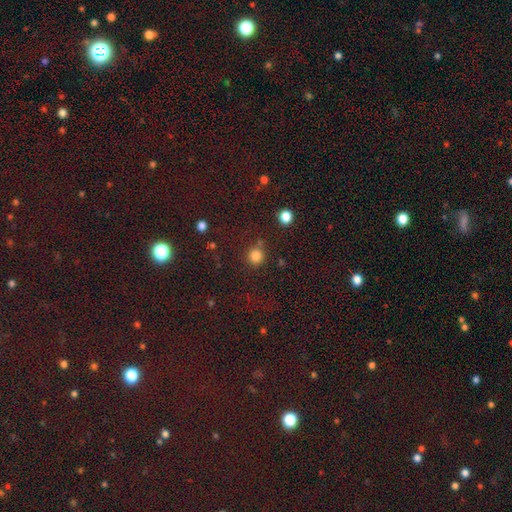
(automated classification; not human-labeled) Smooth or featured? Predicted: smooth (p=0.81). How rounded? Predicted: round (p=0.91). Merging? Predicted: none (p=0.78).